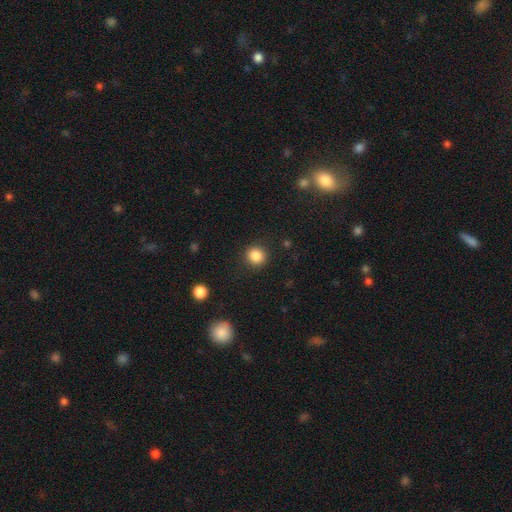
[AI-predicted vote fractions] Smooth or featured? Predicted: smooth (p=0.85). How rounded? Predicted: round (p=0.90). Merging? Predicted: none (p=0.90).